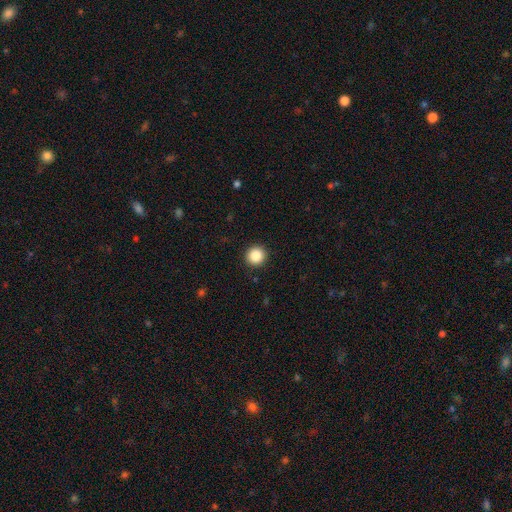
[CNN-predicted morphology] type=smooth (86%); roundness=round (95%); merging=none (93%).